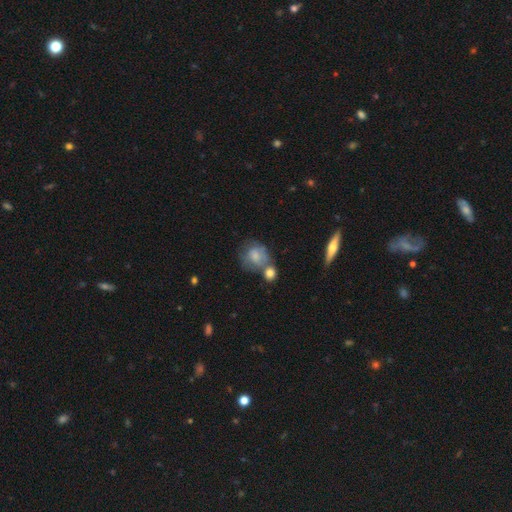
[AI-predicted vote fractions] The model was most divided on "merging" (2-way tie): none: 34%, merger: 34%, minor disturbance: 20%, major disturbance: 13%. More confident: how rounded — round (63%); smooth or featured — smooth (62%).